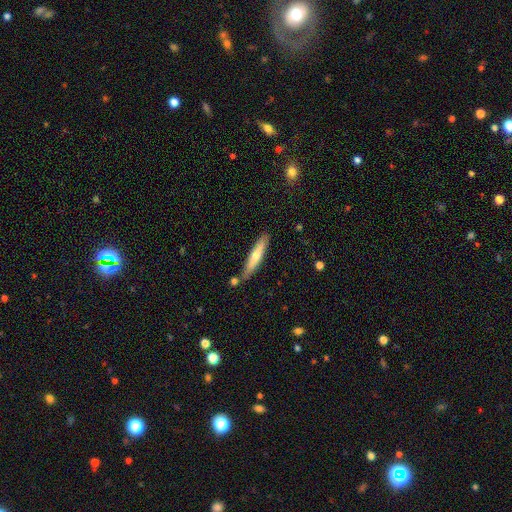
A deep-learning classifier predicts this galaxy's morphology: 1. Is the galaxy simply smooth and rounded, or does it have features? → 54% smooth, 40% featured or disk, 6% star or artifact.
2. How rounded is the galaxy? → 91% cigar-shaped, 8% in between, 1% round.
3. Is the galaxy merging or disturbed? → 80% none, 12% minor disturbance, 6% merger, 2% major disturbance.